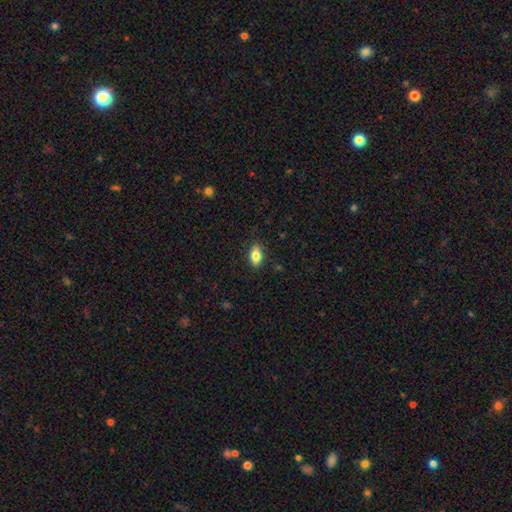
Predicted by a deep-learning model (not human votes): This is likely a smooth galaxy (80%). How rounded: clearly in between (88%). Merging: clearly none (88%).